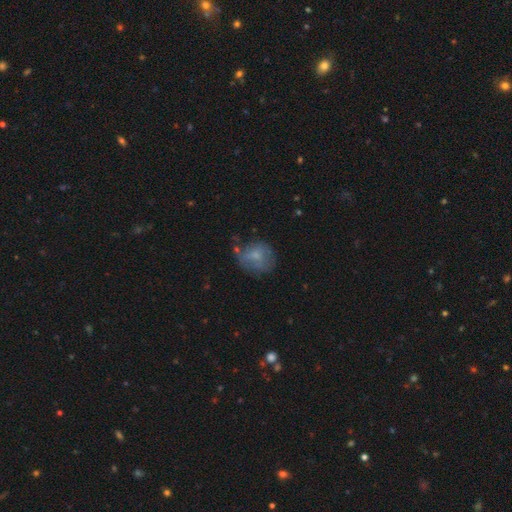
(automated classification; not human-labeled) The model was most divided on "merging": none: 52%, minor disturbance: 28%, major disturbance: 15%, merger: 5%. More confident: how rounded — round (69%); smooth or featured — smooth (61%).